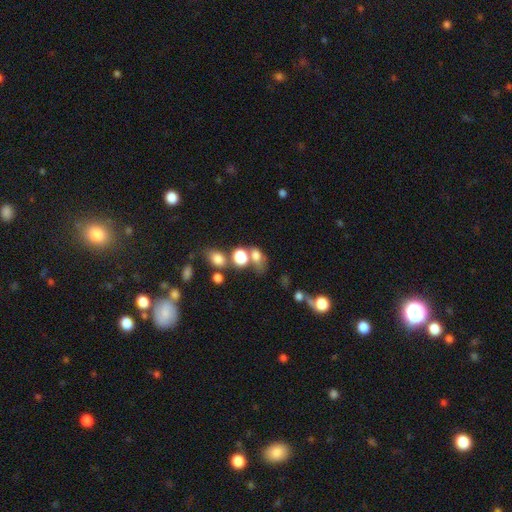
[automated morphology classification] Smooth or featured: smooth — 73% (star or artifact — 16%)
How rounded: in between — 60% (round — 38%)
Merging: none — 38% (merger — 37%)